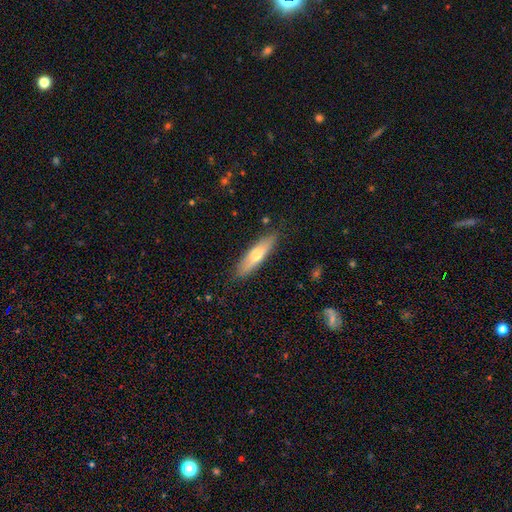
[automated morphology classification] A smooth galaxy with no disk features (59%) that is cigar-shaped (71%). Merging: none (85%).